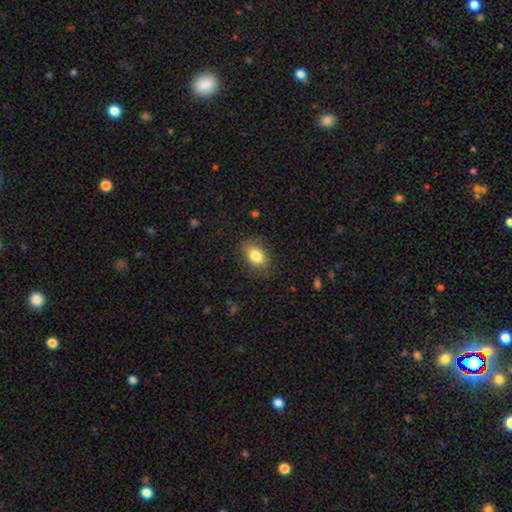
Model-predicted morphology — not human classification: Smooth or featured? smooth (83%)
How rounded? in between (83%)
Merging? none (83%)